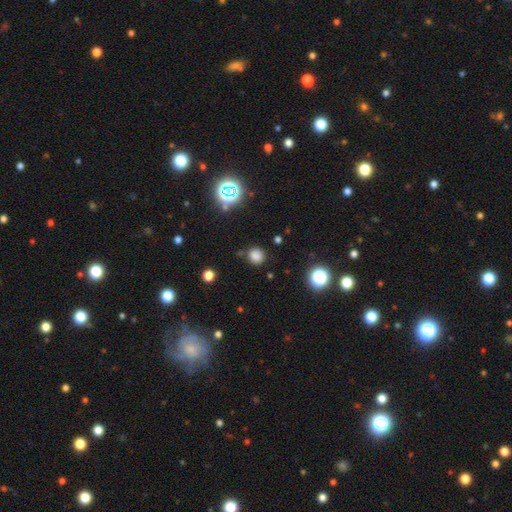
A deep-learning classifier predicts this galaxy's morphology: smooth 77%, star or artifact 18%, featured or disk 5%. Down the decision tree: how rounded — round (88%); merging — none (80%).